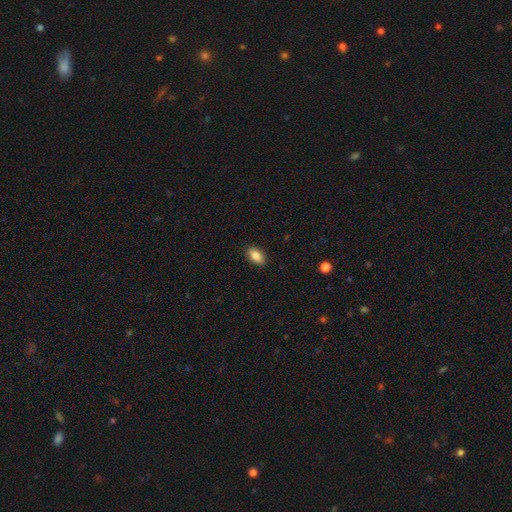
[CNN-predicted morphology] Smooth or featured? Predicted: smooth (p=0.85). How rounded? Predicted: in between (p=0.91). Merging? Predicted: none (p=0.89).